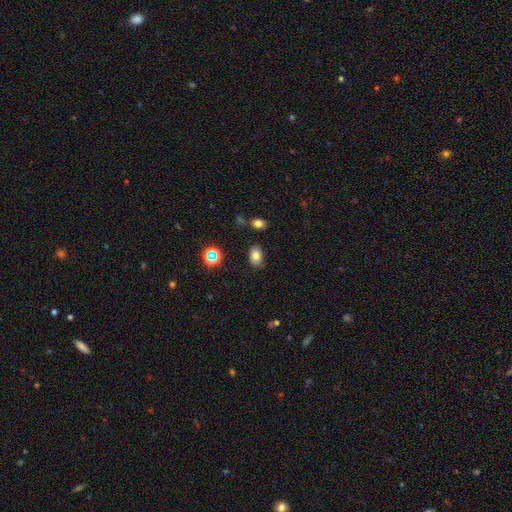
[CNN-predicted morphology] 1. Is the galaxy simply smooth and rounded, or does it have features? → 77% smooth, 13% star or artifact, 11% featured or disk.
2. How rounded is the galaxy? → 85% in between, 14% round, 1% cigar-shaped.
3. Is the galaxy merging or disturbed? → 83% none, 12% minor disturbance, 3% major disturbance, 3% merger.